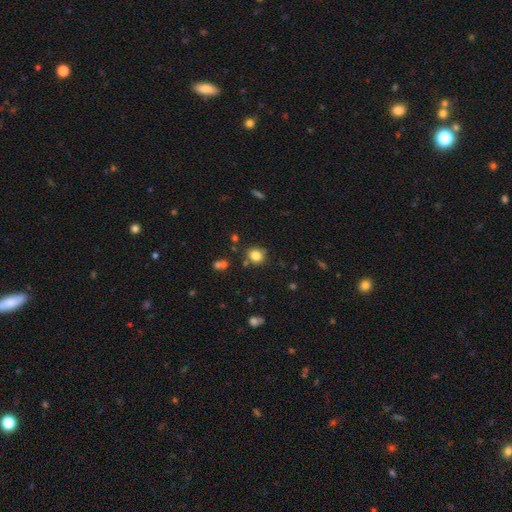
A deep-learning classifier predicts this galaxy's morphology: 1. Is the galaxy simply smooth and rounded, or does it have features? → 82% smooth, 12% star or artifact, 6% featured or disk.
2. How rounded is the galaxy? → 75% round, 24% in between, 1% cigar-shaped.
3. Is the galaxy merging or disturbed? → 78% none, 13% minor disturbance, 6% merger, 3% major disturbance.